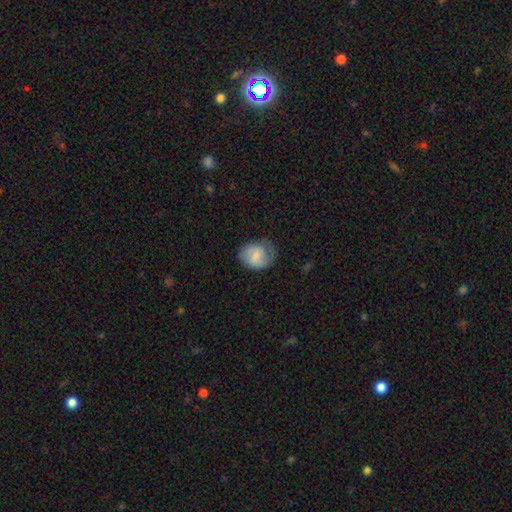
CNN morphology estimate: This is likely a smooth galaxy (64%). How rounded: possibly round (50%). Merging: likely none (61%).